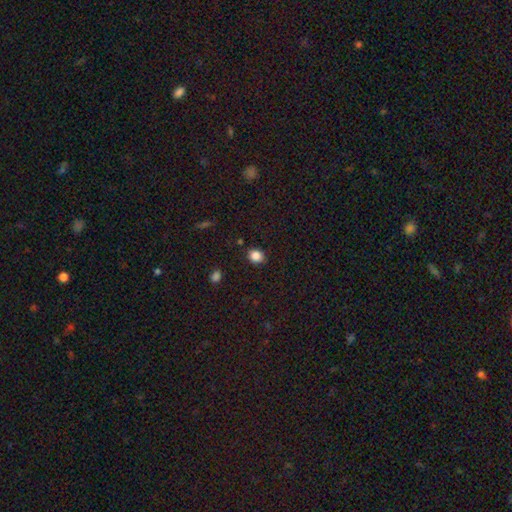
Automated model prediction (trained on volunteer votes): A smooth galaxy with no disk features (85%) that is round (68%).

Vote fractions:
- Smooth or featured? smooth: 85% / star or artifact: 10% / featured or disk: 4%
- How rounded? round: 68% / in between: 31% / cigar-shaped: 1%
- Merging? none: 87% / minor disturbance: 9% / major disturbance: 2% / merger: 2%